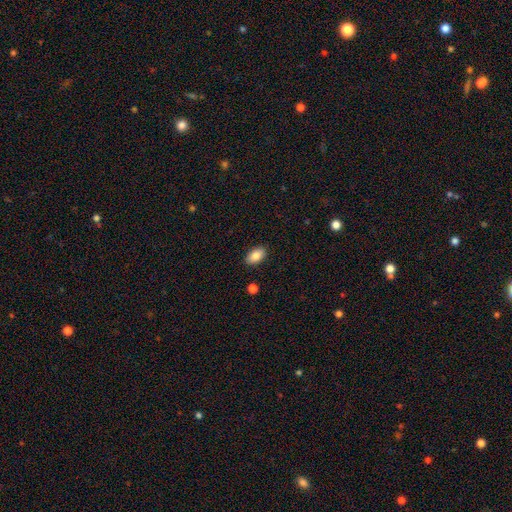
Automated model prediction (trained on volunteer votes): smooth-or-featured: smooth: 85% | featured or disk: 7% | star or artifact: 7%
  how-rounded: in between: 93% | round: 5% | cigar-shaped: 2%
  merging: none: 88% | minor disturbance: 9% | major disturbance: 2% | merger: 1%